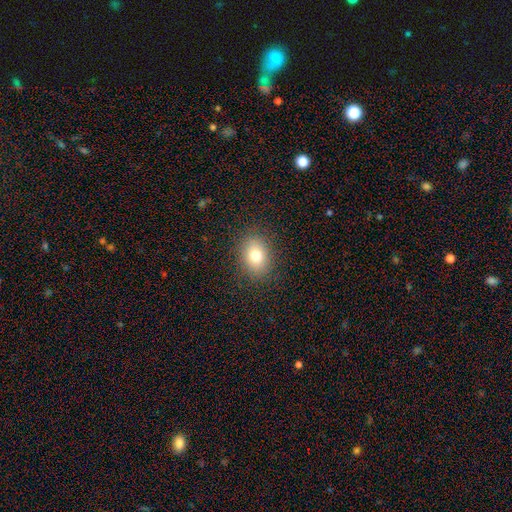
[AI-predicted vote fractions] smooth-or-featured: smooth: 77% | star or artifact: 12% | featured or disk: 11%
  how-rounded: in between: 59% | round: 40% | cigar-shaped: 1%
  merging: none: 87% | minor disturbance: 9% | major disturbance: 3% | merger: 1%